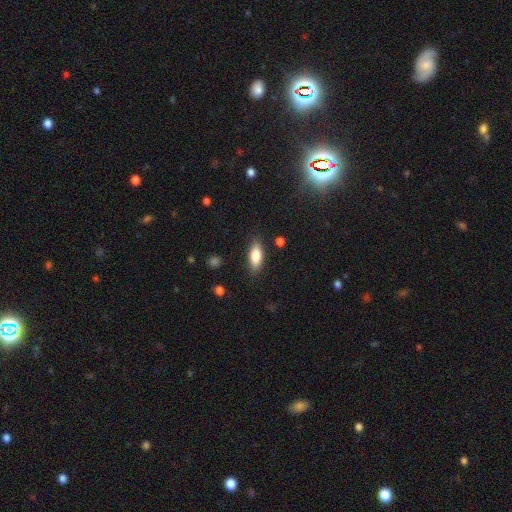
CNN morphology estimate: smooth_or_featured: smooth (p=0.81) [alt: featured or disk p=0.13]
how_rounded: in between (p=0.79) [alt: cigar-shaped p=0.18]
merging: none (p=0.85) [alt: minor disturbance p=0.11]